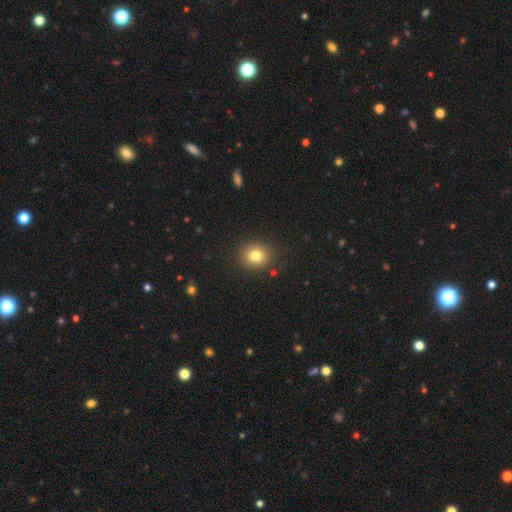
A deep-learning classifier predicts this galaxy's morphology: Smooth or featured? smooth (80%)
How rounded? round (73%)
Merging? none (89%)